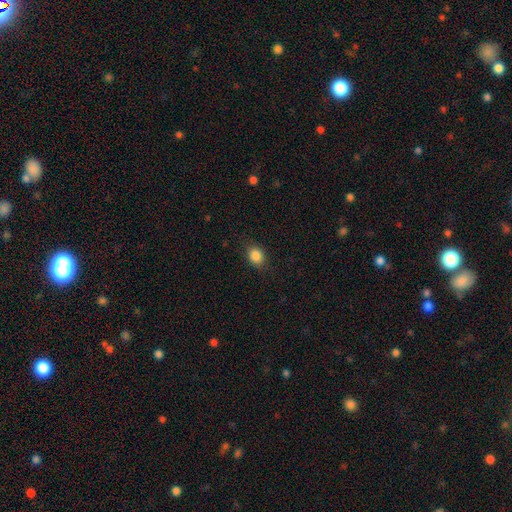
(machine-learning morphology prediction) A smooth galaxy with no disk features (86%) that is round (50%). Merging: none (83%).